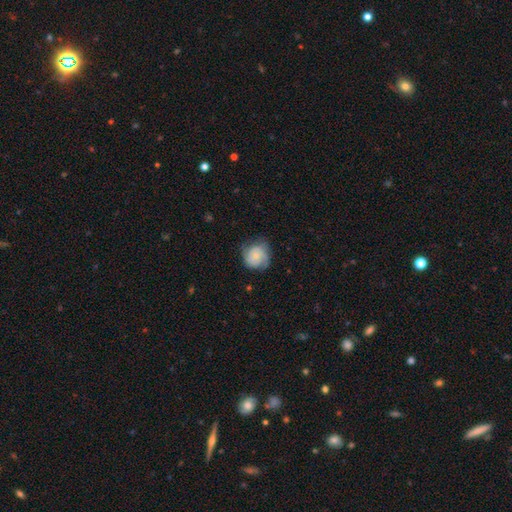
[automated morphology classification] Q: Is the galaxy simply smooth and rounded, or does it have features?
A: featured or disk — 54%.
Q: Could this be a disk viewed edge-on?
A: no — 98%.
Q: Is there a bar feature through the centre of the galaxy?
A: no — 80%.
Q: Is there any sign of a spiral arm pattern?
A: yes — 88%.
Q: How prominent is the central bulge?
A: small — 69%.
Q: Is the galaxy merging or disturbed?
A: none — 65%.